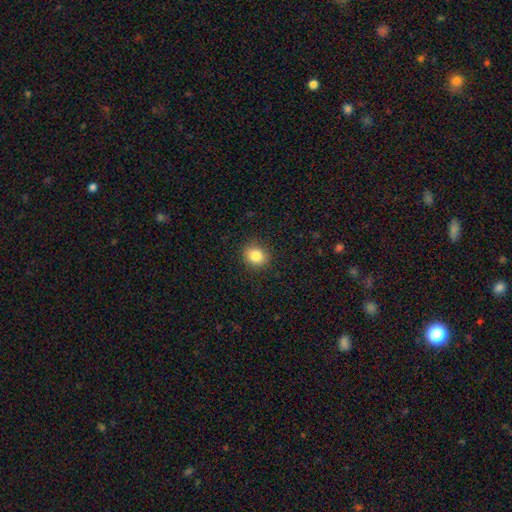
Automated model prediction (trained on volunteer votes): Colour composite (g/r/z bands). It shows a smooth galaxy with no disk features (84%) that is round (65%). Merging: none (89%).